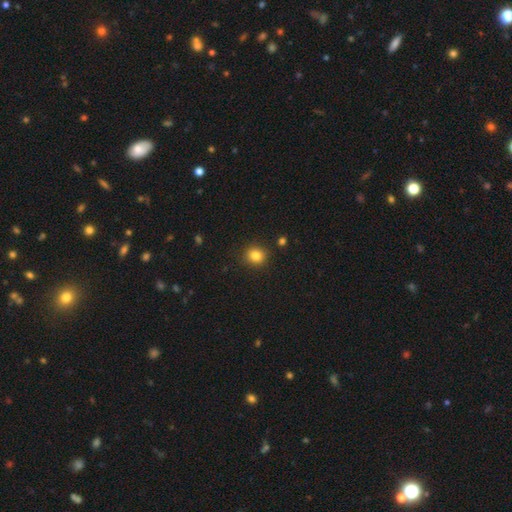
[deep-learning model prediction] smooth-or-featured: smooth: 83% | star or artifact: 11% | featured or disk: 6%
  how-rounded: round: 82% | in between: 17% | cigar-shaped: 1%
  merging: none: 89% | minor disturbance: 7% | major disturbance: 2% | merger: 2%